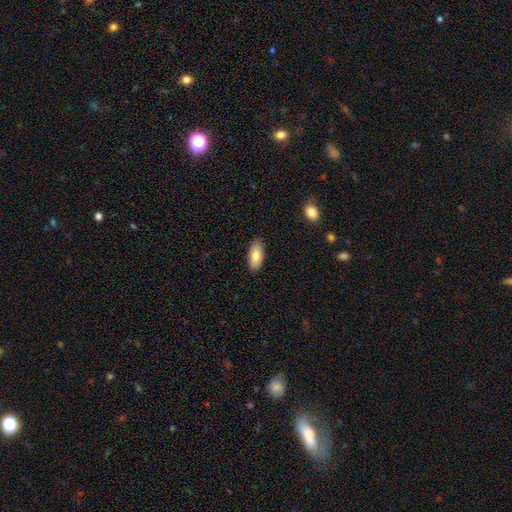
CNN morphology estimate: type=smooth (79%); roundness=in between (90%); merging=none (88%).